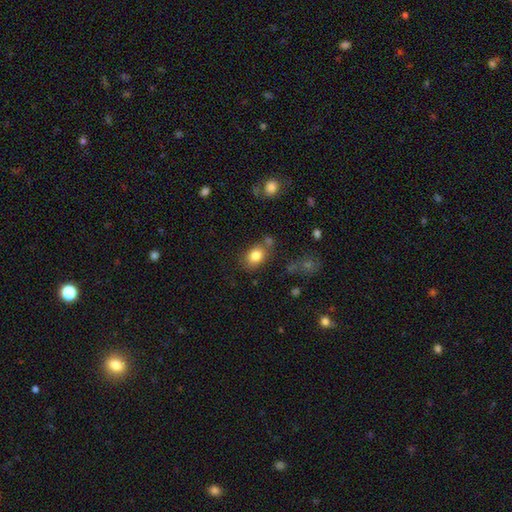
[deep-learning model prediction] A smooth galaxy with no disk features (83%) that is in between round and cigar-shaped (66%). Merging: none (69%).